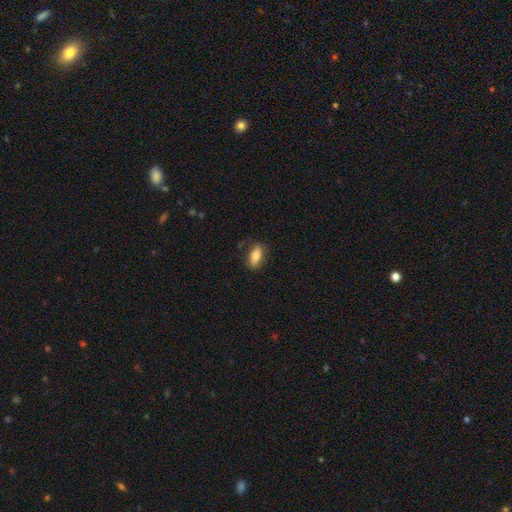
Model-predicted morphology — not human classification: Smooth or featured: smooth — 76% (featured or disk — 17%)
How rounded: in between — 82% (cigar-shaped — 14%)
Merging: none — 77% (minor disturbance — 17%)